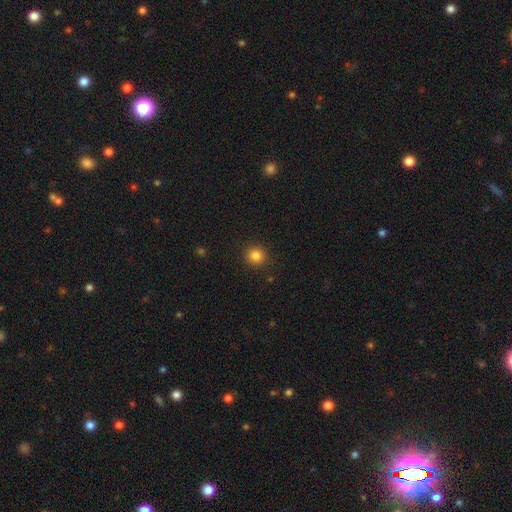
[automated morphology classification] The model was most divided on "smooth or featured": smooth: 84%, star or artifact: 12%, featured or disk: 4%. More confident: how rounded — round (91%); merging — none (91%).